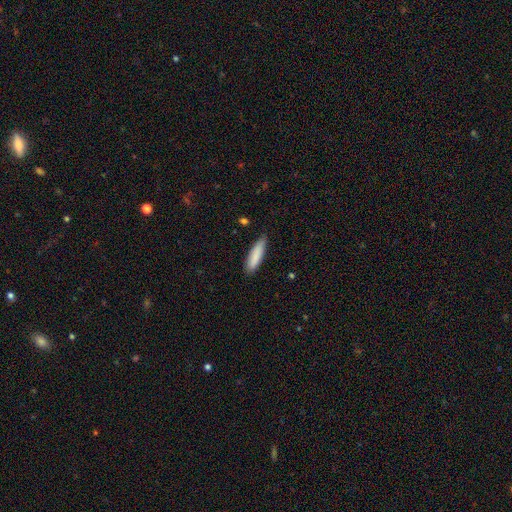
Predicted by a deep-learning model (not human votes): smooth 85%, featured or disk 9%, star or artifact 6%. Down the decision tree: how rounded — cigar-shaped (68%); merging — none (80%).